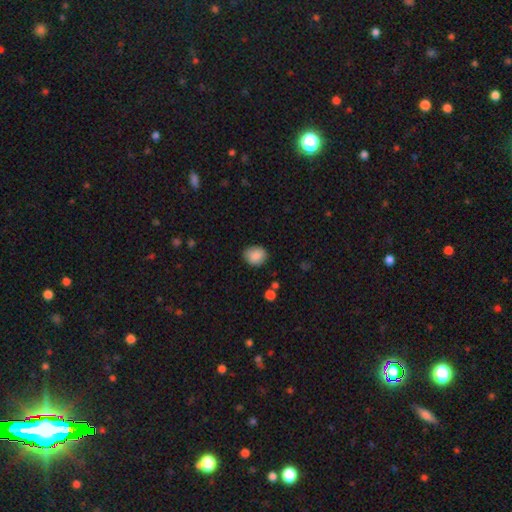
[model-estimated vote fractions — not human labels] Overall: smooth (87%). How rounded: round (67%; in between 32%). Merging: none (83%).